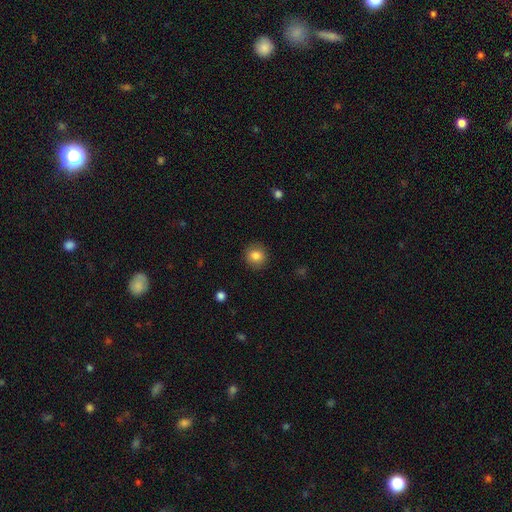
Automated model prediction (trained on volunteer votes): smooth-or-featured: smooth: 84% | star or artifact: 10% | featured or disk: 6%
  how-rounded: round: 91% | in between: 8% | cigar-shaped: 1%
  merging: none: 90% | minor disturbance: 7% | major disturbance: 2% | merger: 1%